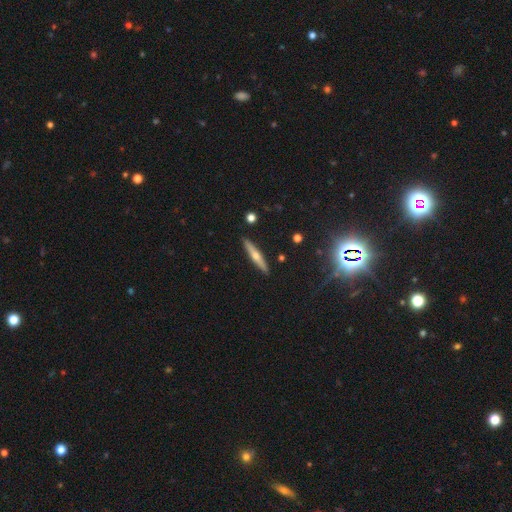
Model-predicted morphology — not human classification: A featured or disk galaxy (55%) viewed edge-on (95%) with a rounded central bulge (87%).

Vote fractions:
- Smooth or featured? featured or disk: 55% / smooth: 38% / star or artifact: 7%
- Edge-on disk? yes: 95% / no: 5%
- Edge-on bulge? rounded: 87% / none: 10% / boxy: 3%
- Merging? none: 91% / minor disturbance: 6% / major disturbance: 1% / merger: 1%